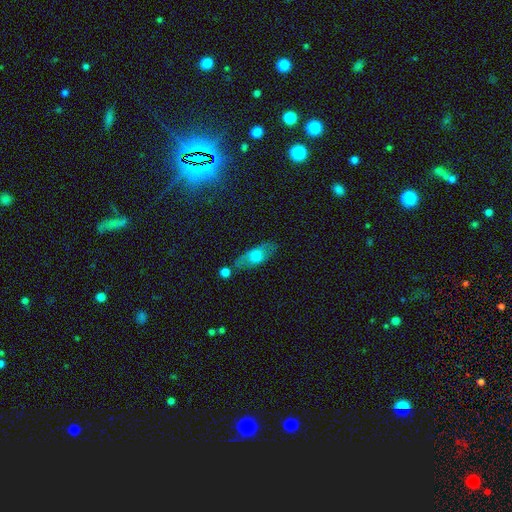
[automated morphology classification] A smooth galaxy with no disk features (58%) that is in between round and cigar-shaped (71%). Merging: none (68%).